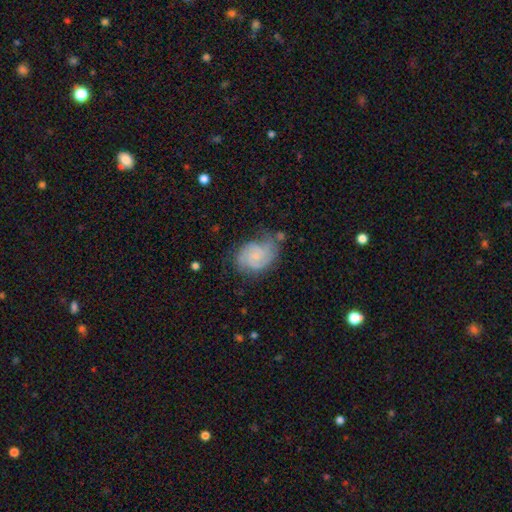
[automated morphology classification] This appears to be a featured or disk galaxy (68%) with no bar (67%), 2 (46%) tight (48%) spiral arms (93%) and a small central bulge (66%). Merging: none (58%).